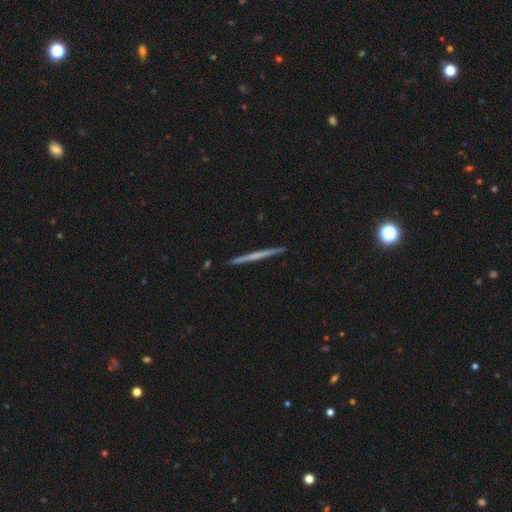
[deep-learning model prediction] Smooth or featured? Predicted: featured or disk (p=0.54). Edge-on disk? Predicted: yes (p=0.98). Edge-on bulge? Predicted: none (p=0.86). Merging? Predicted: none (p=0.93).